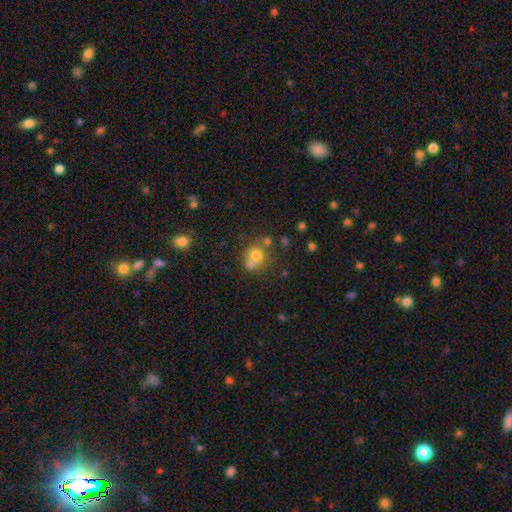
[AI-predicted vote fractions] smooth-or-featured: smooth: 71% | featured or disk: 16% | star or artifact: 14%
  how-rounded: round: 78% | in between: 21% | cigar-shaped: 1%
  merging: none: 42% | merger: 39% | minor disturbance: 13% | major disturbance: 6%